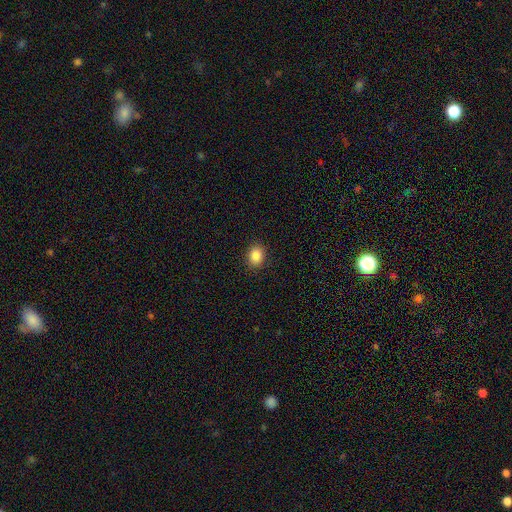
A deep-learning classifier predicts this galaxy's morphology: A smooth galaxy with no disk features (87%) that is round (55%).

Vote fractions:
- Smooth or featured? smooth: 87% / star or artifact: 9% / featured or disk: 4%
- How rounded? round: 55% / in between: 44% / cigar-shaped: 1%
- Merging? none: 89% / minor disturbance: 8% / major disturbance: 2% / merger: 1%